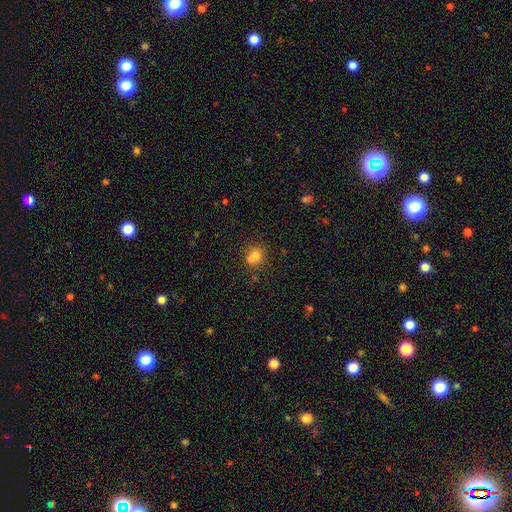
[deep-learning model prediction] Smooth or featured? Predicted: smooth (p=0.70). How rounded? Predicted: round (p=0.76). Merging? Predicted: merger (p=0.45).